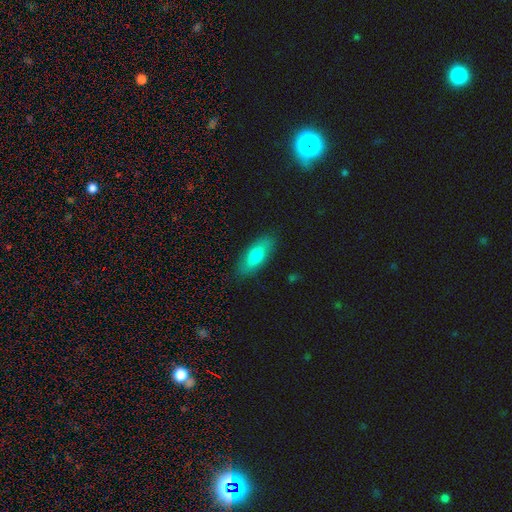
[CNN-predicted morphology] Overall: smooth (73%). How rounded: in between (74%). Merging: none (87%).